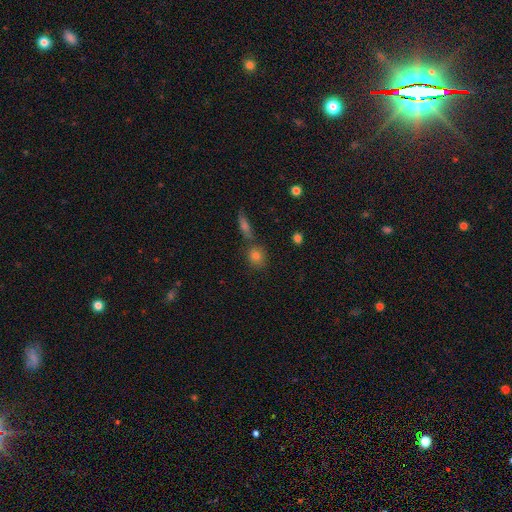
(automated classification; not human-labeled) Q: Smooth or featured?
A: smooth (75%); runner-up: star or artifact (15%)
Q: How rounded?
A: round (71%); runner-up: in between (25%)
Q: Merging?
A: none (68%); runner-up: merger (20%)